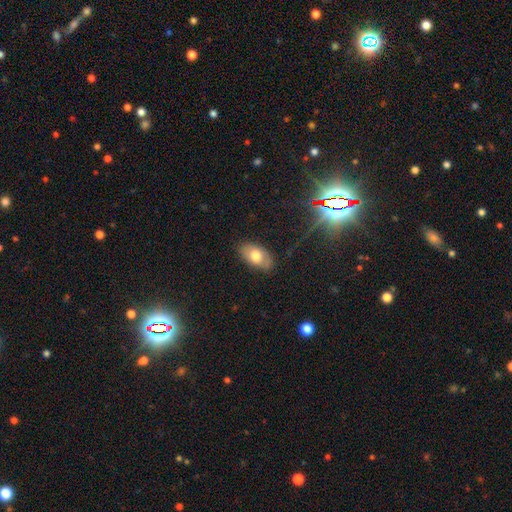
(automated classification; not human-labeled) smooth 71%, featured or disk 20%, star or artifact 8%. Down the decision tree: how rounded — in between (92%); merging — none (81%).